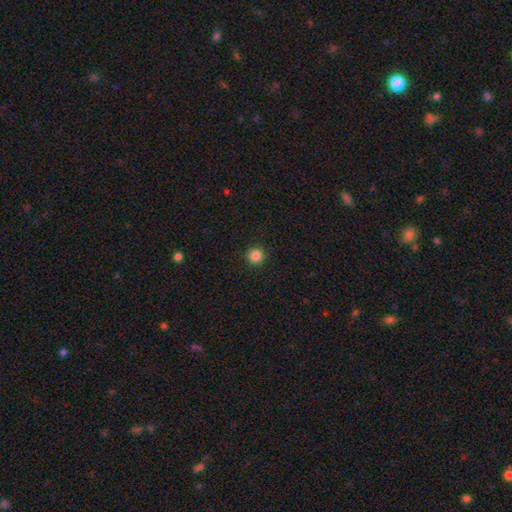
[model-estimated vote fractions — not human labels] Morphology: type=smooth (85%); roundness=round (96%); merging=none (93%).